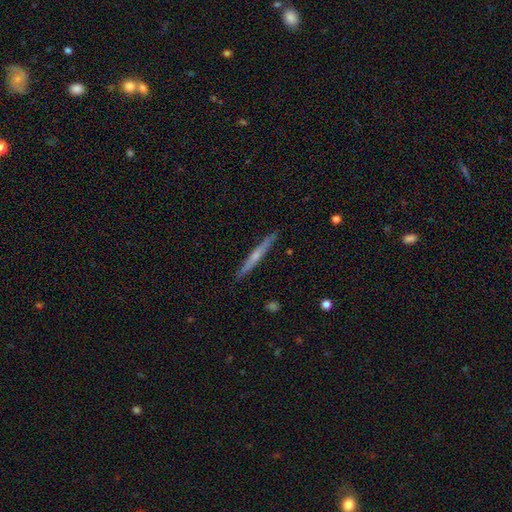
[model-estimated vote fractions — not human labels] Smooth or featured: featured or disk — 59% (smooth — 36%)
Edge-on disk: yes — 97% (no — 3%)
Edge-on bulge: rounded — 49% (none — 46%)
Merging: none — 90% (minor disturbance — 7%)